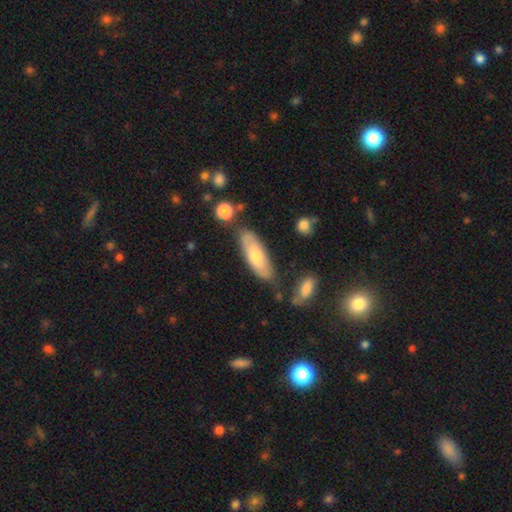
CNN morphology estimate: The model was most divided on "how rounded": in between: 61%, cigar-shaped: 37%, round: 2%. More confident: merging — none (70%); smooth or featured — smooth (61%).